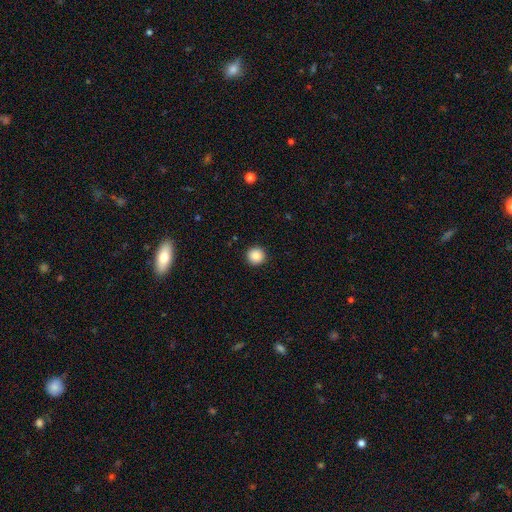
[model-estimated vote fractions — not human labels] Q: Smooth or featured?
A: smooth (88%); runner-up: star or artifact (9%)
Q: How rounded?
A: round (96%); runner-up: in between (3%)
Q: Merging?
A: none (93%); runner-up: minor disturbance (5%)